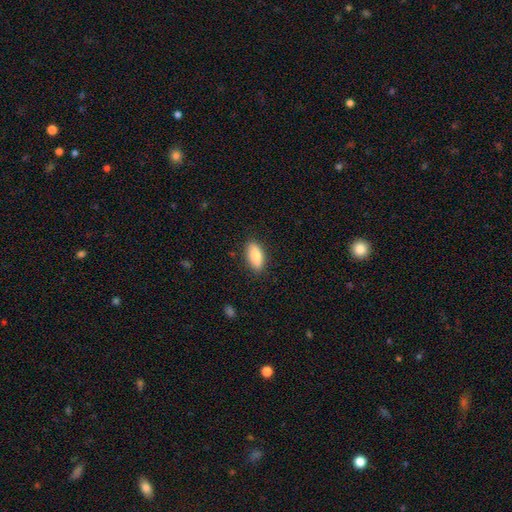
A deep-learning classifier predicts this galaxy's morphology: Overall: smooth (81%). How rounded: in between (82%). Merging: none (86%).